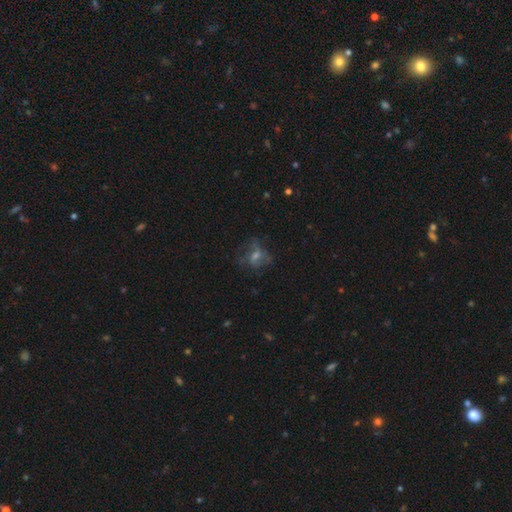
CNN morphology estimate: A featured or disk galaxy (42%).

Vote fractions:
- Smooth or featured? featured or disk: 42% / smooth: 33% / star or artifact: 25%
- Merging? none: 53% / major disturbance: 25% / minor disturbance: 20% / merger: 3%